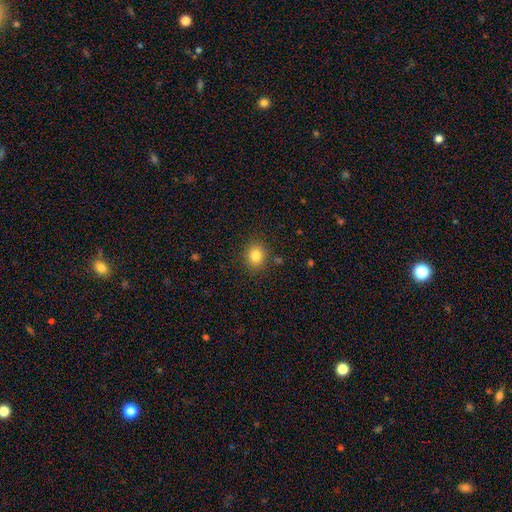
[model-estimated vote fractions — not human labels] A smooth galaxy with no disk features (82%) that is round (68%).

Vote fractions:
- Smooth or featured? smooth: 82% / star or artifact: 11% / featured or disk: 7%
- How rounded? round: 68% / in between: 31% / cigar-shaped: 1%
- Merging? none: 87% / minor disturbance: 9% / major disturbance: 3% / merger: 2%